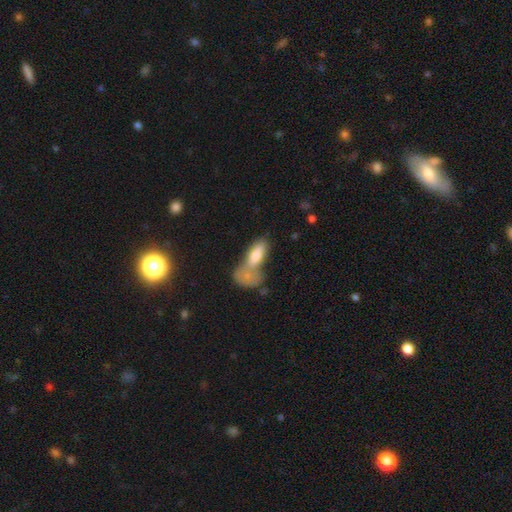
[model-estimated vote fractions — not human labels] A smooth galaxy with no disk features (75%) that is in between round and cigar-shaped (76%). Merging: merger (54%).